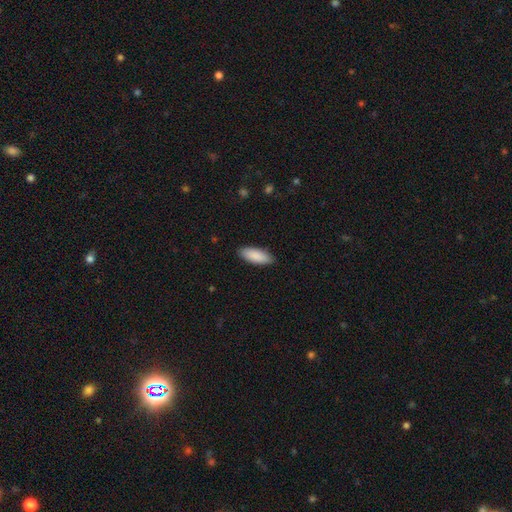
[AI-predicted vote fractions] Smooth or featured? Predicted: smooth (p=0.90). How rounded? Predicted: in between (p=0.73). Merging? Predicted: none (p=0.89).